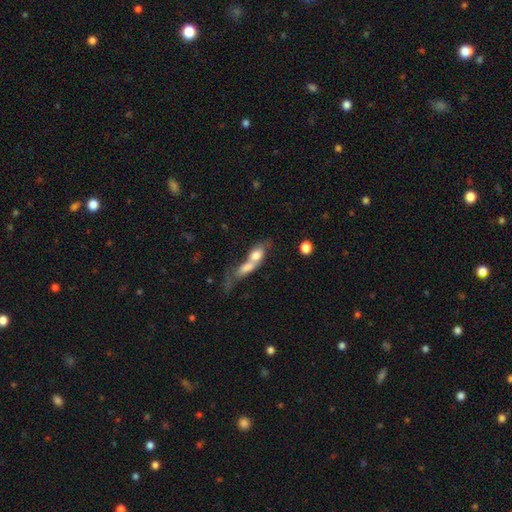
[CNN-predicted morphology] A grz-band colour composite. It shows a smooth galaxy with no disk features (64%) that is in between round and cigar-shaped (61%). Merging: merger (72%).